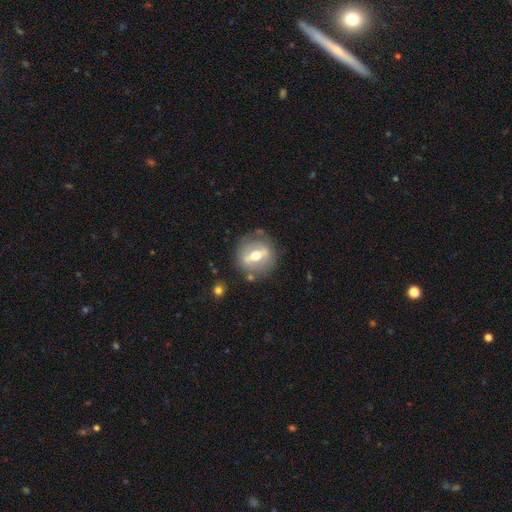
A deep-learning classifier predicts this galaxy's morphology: smooth_or_featured: featured or disk (p=0.67) [alt: smooth p=0.26]
disk_edge_on: no (p=0.74) [alt: yes p=0.26]
merging: none (p=0.77) [alt: minor disturbance p=0.14]